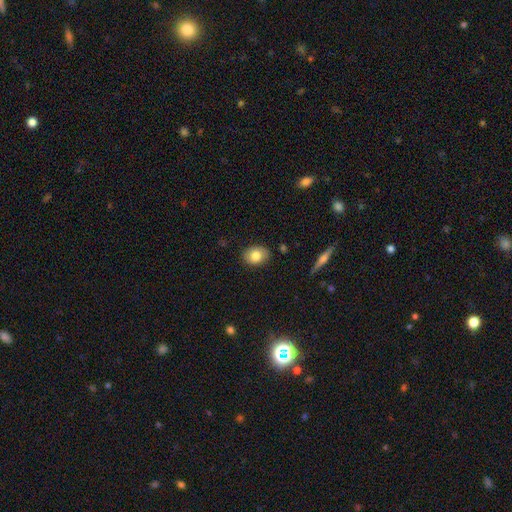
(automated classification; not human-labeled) Overall: smooth (81%). How rounded: in between (67%; round 32%). Merging: none (86%).